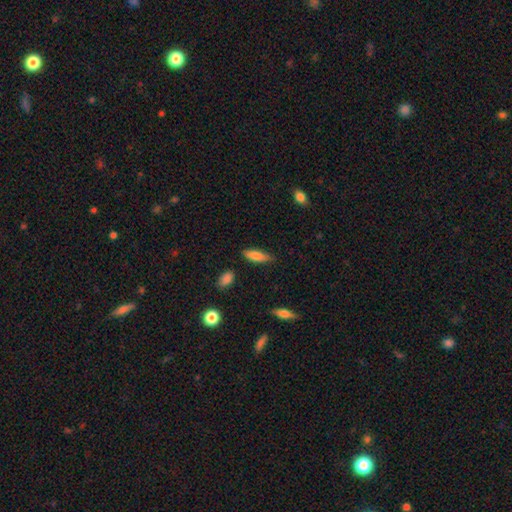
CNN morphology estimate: This appears to be a smooth galaxy with no disk features (80%) that is in between round and cigar-shaped (55%). Merging: none (78%).